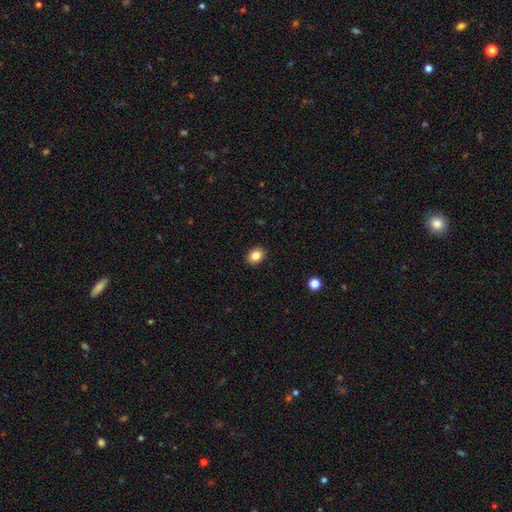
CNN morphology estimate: A smooth galaxy with no disk features (84%) that is in between round and cigar-shaped (56%). Merging: none (91%).